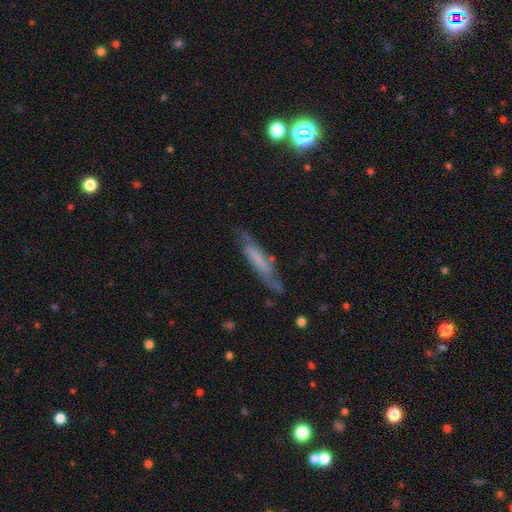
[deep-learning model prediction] This appears to be a featured or disk galaxy (52%) viewed edge-on (51%). Merging: none (69%).